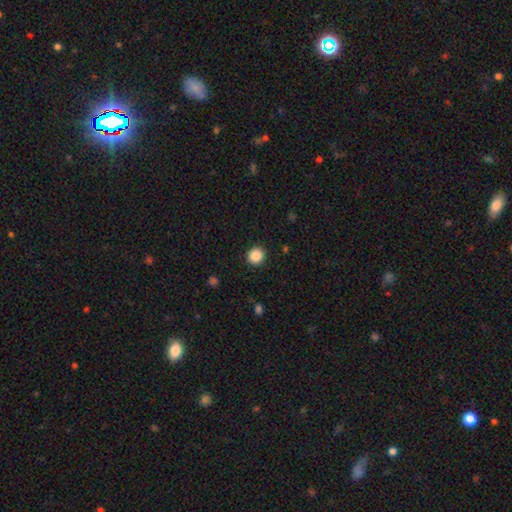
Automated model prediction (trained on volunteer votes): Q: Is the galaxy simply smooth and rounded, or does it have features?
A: smooth — 87%.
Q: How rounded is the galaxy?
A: round — 92%.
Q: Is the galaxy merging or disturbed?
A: none — 92%.